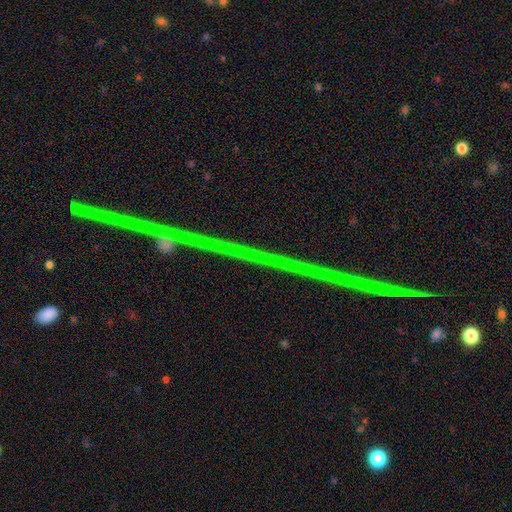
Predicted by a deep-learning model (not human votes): This is clearly a star or artifact rather than a galaxy (84%).